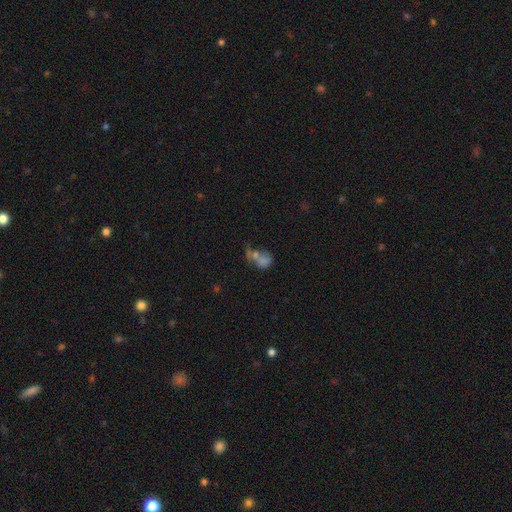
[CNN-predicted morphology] A smooth galaxy with no disk features (45%).

Vote fractions:
- Smooth or featured? smooth: 45% / star or artifact: 30% / featured or disk: 25%
- Merging? merger: 38% / none: 31% / major disturbance: 17% / minor disturbance: 14%